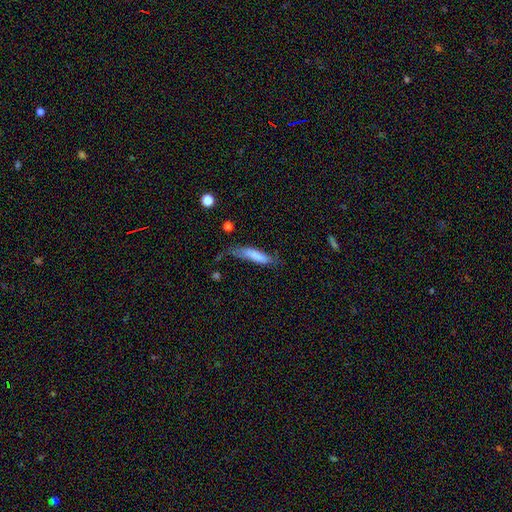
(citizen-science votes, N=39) Q: Smooth or featured?
A: smooth (74%); runner-up: featured or disk (26%)
Q: How rounded?
A: cigar-shaped (79%); runner-up: in between (21%)
Q: Merging?
A: none (46%); runner-up: minor disturbance (36%)